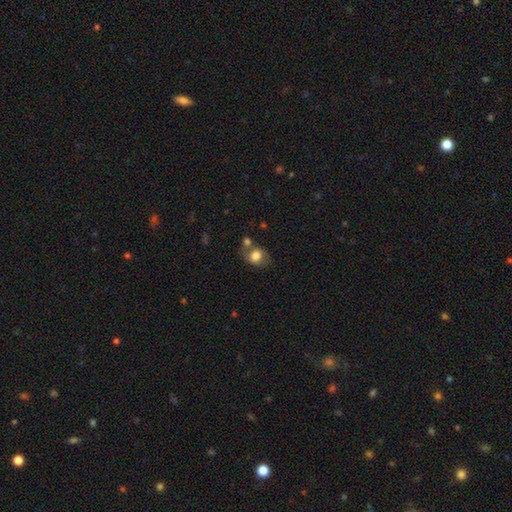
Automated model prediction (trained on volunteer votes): A smooth galaxy with no disk features (74%) that is in between round and cigar-shaped (55%).

Vote fractions:
- Smooth or featured? smooth: 74% / featured or disk: 18% / star or artifact: 9%
- How rounded? in between: 55% / round: 44% / cigar-shaped: 1%
- Merging? none: 48% / merger: 25% / minor disturbance: 19% / major disturbance: 8%